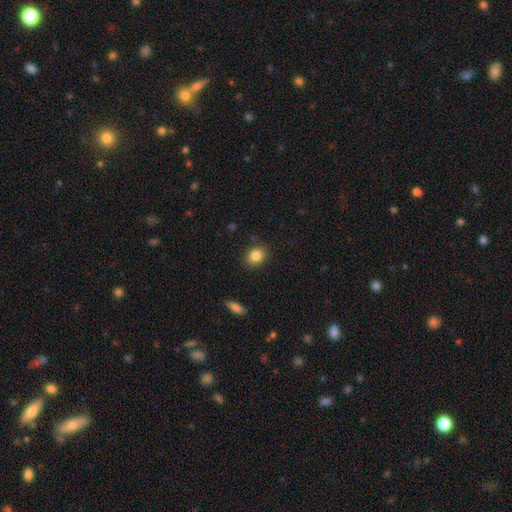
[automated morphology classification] smooth_or_featured: smooth (p=0.85) [alt: star or artifact p=0.09]
how_rounded: round (p=0.55) [alt: in between p=0.44]
merging: none (p=0.87) [alt: minor disturbance p=0.09]